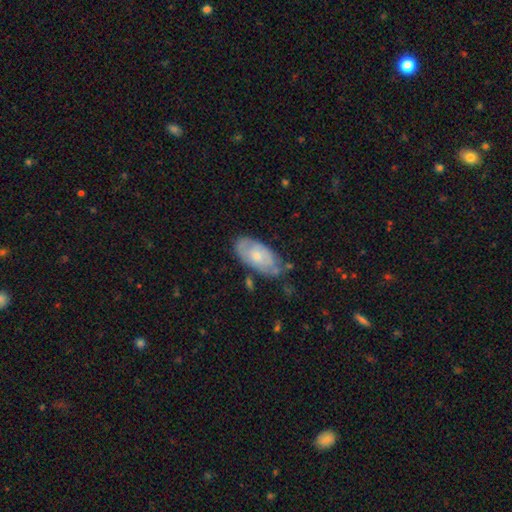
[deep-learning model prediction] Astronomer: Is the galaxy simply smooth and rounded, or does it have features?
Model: smooth — 51% (runner-up: featured or disk, 43%).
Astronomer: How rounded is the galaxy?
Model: in between — 91%.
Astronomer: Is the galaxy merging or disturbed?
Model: none — 63%.